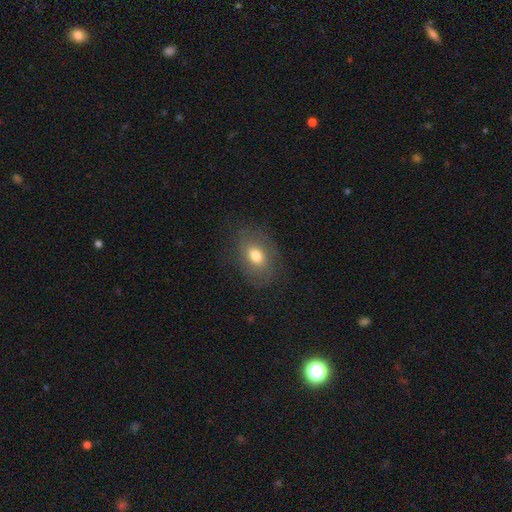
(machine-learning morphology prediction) smooth 65%, featured or disk 25%, star or artifact 10%. Down the decision tree: how rounded — in between (74%); merging — none (74%).